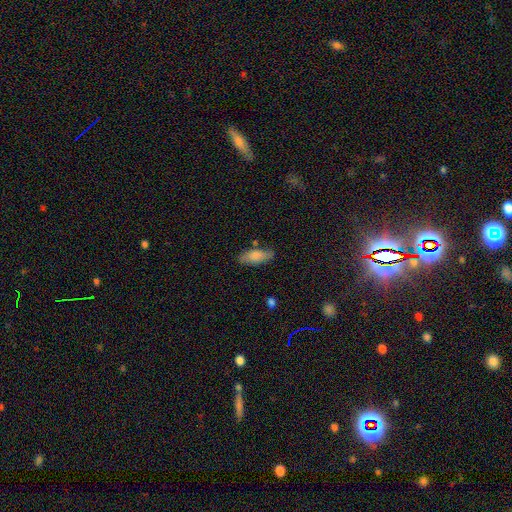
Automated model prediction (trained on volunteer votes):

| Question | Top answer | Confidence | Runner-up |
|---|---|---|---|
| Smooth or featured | smooth | 81% | featured or disk (13%) |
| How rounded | in between | 77% | cigar-shaped (21%) |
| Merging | none | 75% | minor disturbance (17%) |